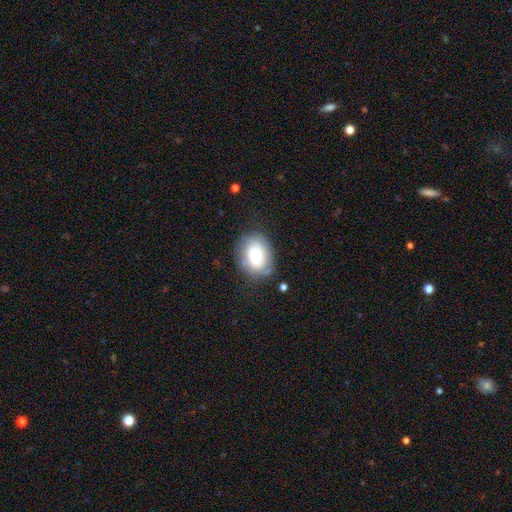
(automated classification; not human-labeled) Morphology: type=smooth (60%); roundness=in between (77%); merging=none (66%).